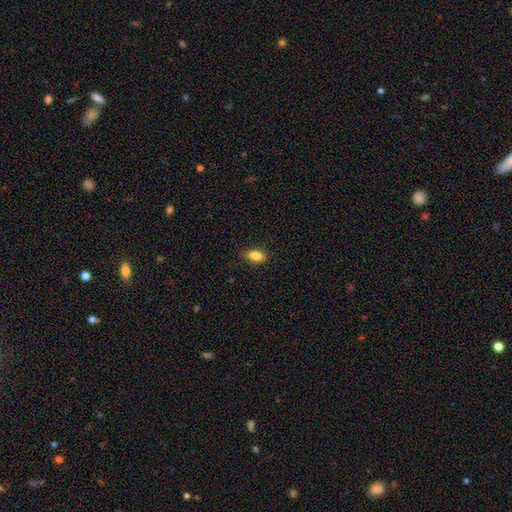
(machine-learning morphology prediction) smooth-or-featured: smooth: 85% | star or artifact: 8% | featured or disk: 7%
  how-rounded: in between: 86% | cigar-shaped: 9% | round: 5%
  merging: none: 86% | minor disturbance: 11% | major disturbance: 2% | merger: 1%